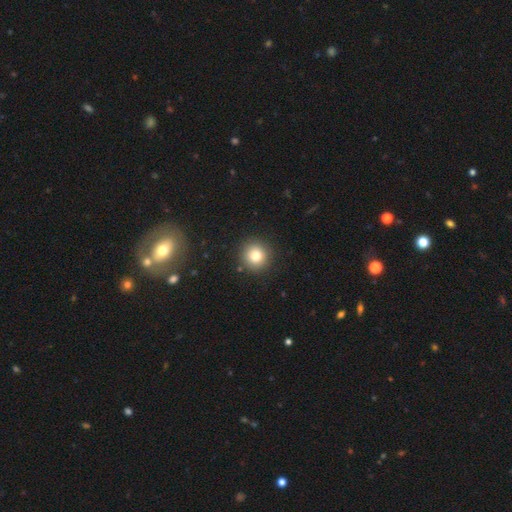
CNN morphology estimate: Smooth or featured: smooth — 80% (star or artifact — 11%)
How rounded: round — 94% (in between — 6%)
Merging: none — 90% (minor disturbance — 6%)